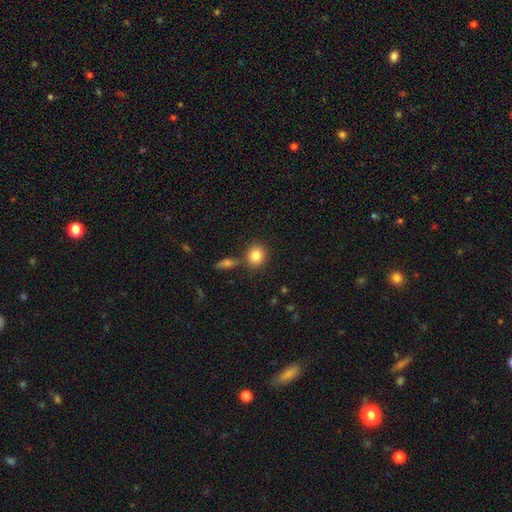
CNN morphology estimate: Smooth or featured? smooth (83%)
How rounded? round (79%)
Merging? none (72%)